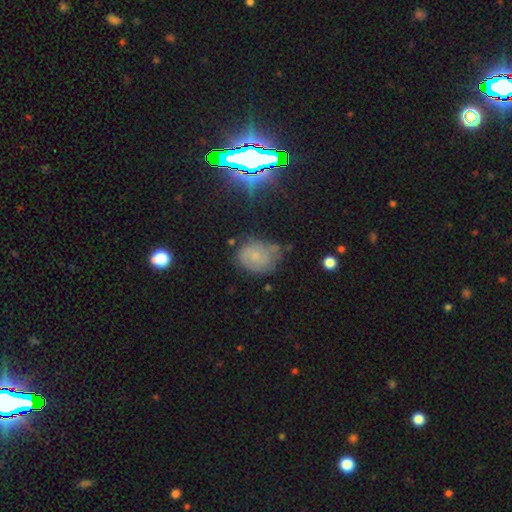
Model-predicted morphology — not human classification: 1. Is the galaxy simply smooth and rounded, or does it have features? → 48% smooth, 32% featured or disk, 20% star or artifact.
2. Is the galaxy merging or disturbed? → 54% none, 31% minor disturbance, 11% major disturbance, 4% merger.